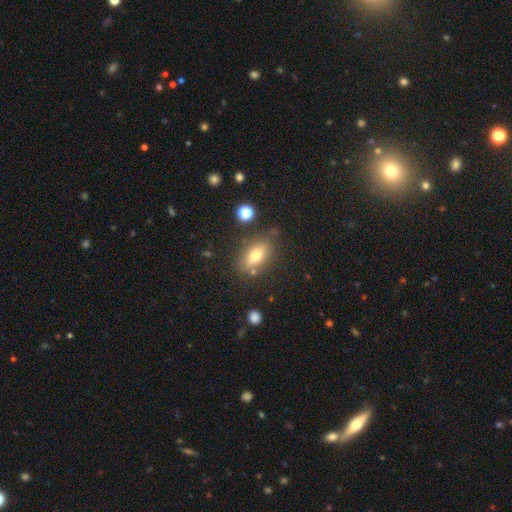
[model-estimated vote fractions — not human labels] Smooth or featured? smooth (67%)
How rounded? in between (79%)
Merging? none (75%)